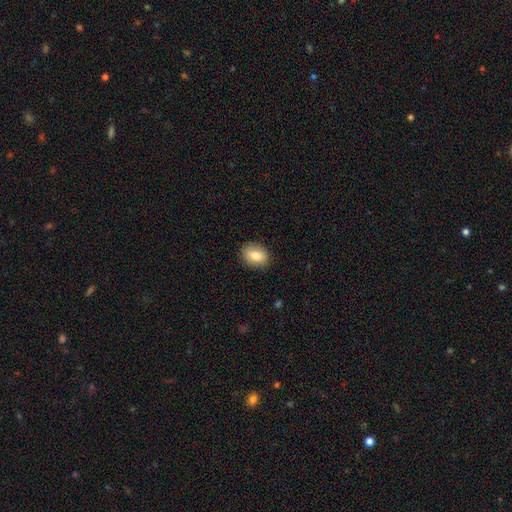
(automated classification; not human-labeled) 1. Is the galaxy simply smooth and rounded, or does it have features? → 80% smooth, 12% featured or disk, 8% star or artifact.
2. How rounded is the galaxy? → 63% in between, 35% round, 1% cigar-shaped.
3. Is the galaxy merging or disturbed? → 86% none, 10% minor disturbance, 2% major disturbance, 1% merger.